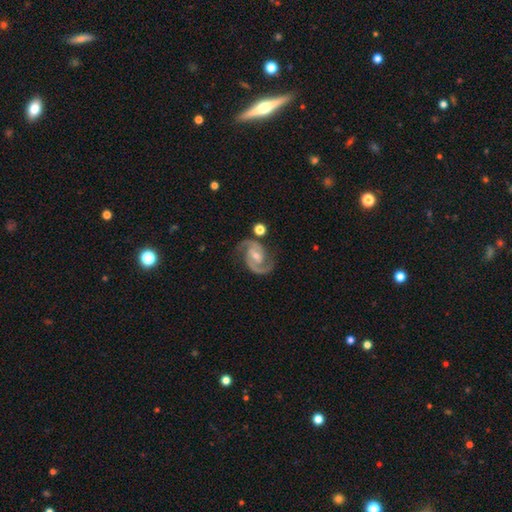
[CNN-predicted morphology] smooth-or-featured: featured or disk: 91% | star or artifact: 4% | smooth: 4%
  disk-edge-on: no: 98% | yes: 2%
    bar: weak: 48% | no: 31% | strong: 21%
    has-spiral-arms: yes: 98% | no: 2%
      spiral-winding: medium: 61% | tight: 25% | loose: 14%
      spiral-arm-count: 2: 93% | can't tell: 2% | 3: 2% | 1: 1% | 4: 1% | more than 4: 1%
    bulge-size: moderate: 48% | small: 47% | none: 3% | large: 2% | dominant: 1%
  merging: none: 78% | minor disturbance: 14% | major disturbance: 5% | merger: 3%